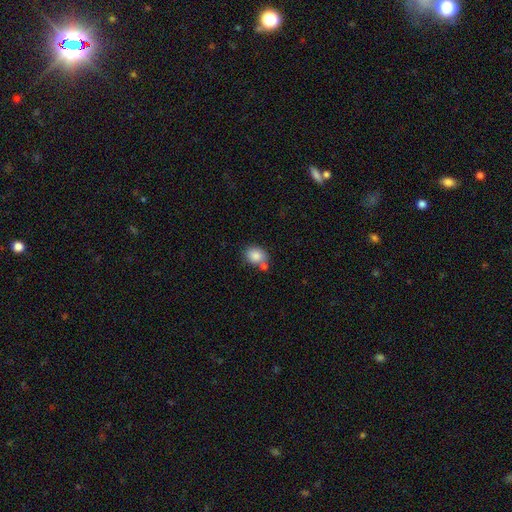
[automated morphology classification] A smooth galaxy with no disk features (85%) that is in between round and cigar-shaped (56%).

Vote fractions:
- Smooth or featured? smooth: 85% / star or artifact: 8% / featured or disk: 7%
- How rounded? in between: 56% / round: 43% / cigar-shaped: 1%
- Merging? none: 61% / merger: 19% / minor disturbance: 16% / major disturbance: 4%